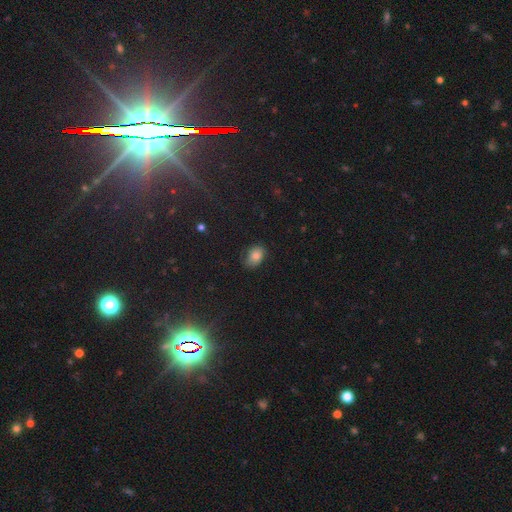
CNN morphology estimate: A smooth galaxy with no disk features (77%) that is in between round and cigar-shaped (77%). Merging: none (67%).